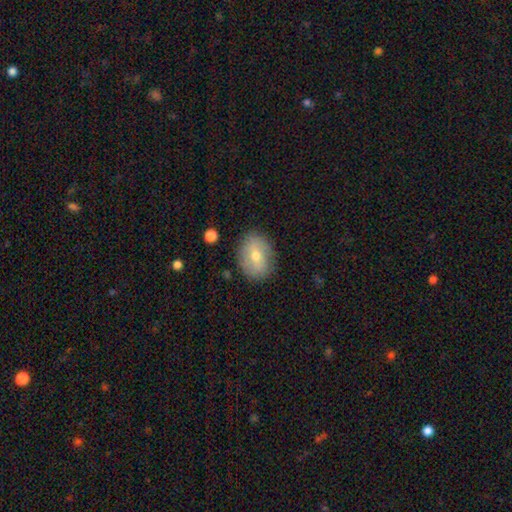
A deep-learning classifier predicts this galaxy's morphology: smooth 62%, featured or disk 29%, star or artifact 9%. Down the decision tree: how rounded — in between (62%); merging — none (83%).